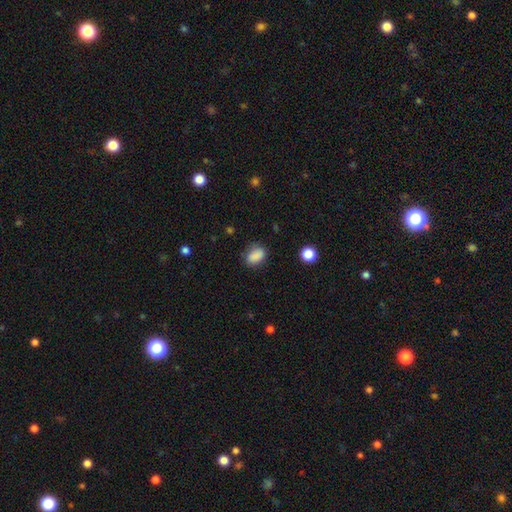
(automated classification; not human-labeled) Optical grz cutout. It shows a smooth galaxy with no disk features (86%) that is in between round and cigar-shaped (78%). Merging: none (74%).